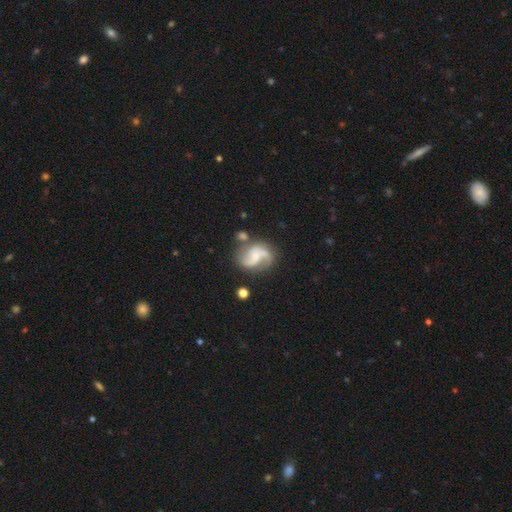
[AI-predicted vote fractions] A featured or disk galaxy (80%) with no bar (50%), 2 (83%) loose (50%) spiral arms (95%) and a small central bulge (56%).

Vote fractions:
- Smooth or featured? featured or disk: 80% / smooth: 13% / star or artifact: 7%
- Edge-on disk? no: 98% / yes: 2%
- Bar? no: 50% / weak: 39% / strong: 11%
- Spiral arms? yes: 95% / no: 5%
- Spiral winding? loose: 50% / medium: 40% / tight: 10%
- Spiral arm count? 2: 83% / 1: 5% / can't tell: 5% / 3: 5% / 4: 1% / more than 4: 1%
- Bulge size? small: 56% / moderate: 22% / none: 17% / large: 3% / dominant: 1%
- Merging? none: 58% / minor disturbance: 19% / major disturbance: 12% / merger: 11%